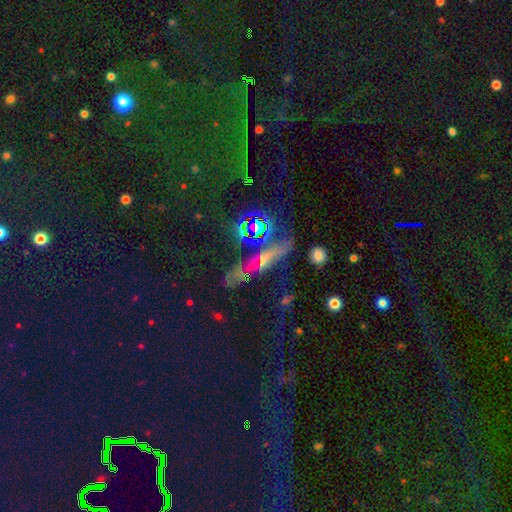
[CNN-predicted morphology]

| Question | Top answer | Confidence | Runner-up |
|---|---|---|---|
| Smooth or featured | star or artifact | 52% | featured or disk (25%) |